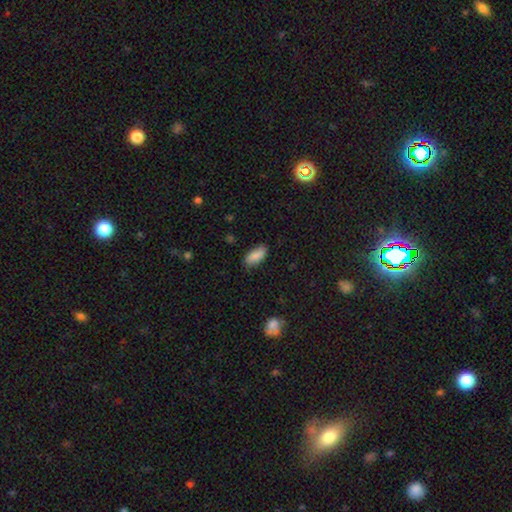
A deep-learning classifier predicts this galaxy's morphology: smooth_or_featured: smooth (p=0.86) [alt: featured or disk p=0.07]
how_rounded: in between (p=0.88) [alt: cigar-shaped p=0.10]
merging: none (p=0.78) [alt: minor disturbance p=0.18]